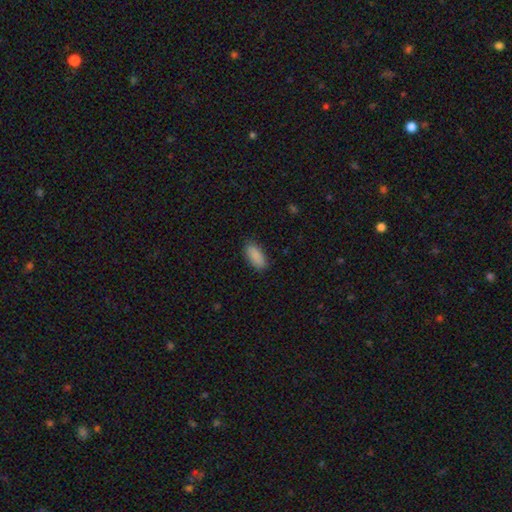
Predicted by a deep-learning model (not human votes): A smooth galaxy with no disk features (89%) that is in between round and cigar-shaped (86%). Merging: none (86%).